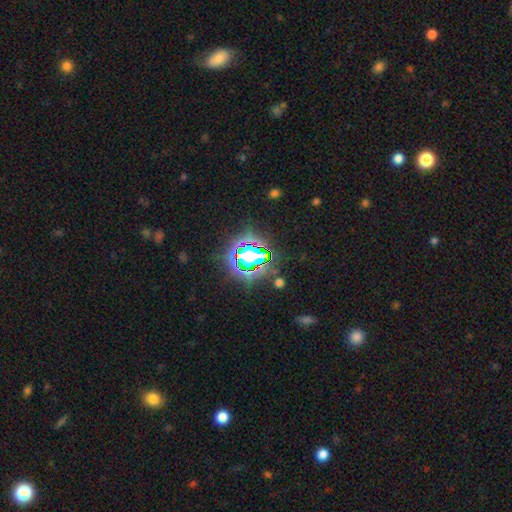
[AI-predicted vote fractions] smooth_or_featured: star or artifact (p=0.71) [alt: smooth p=0.19]